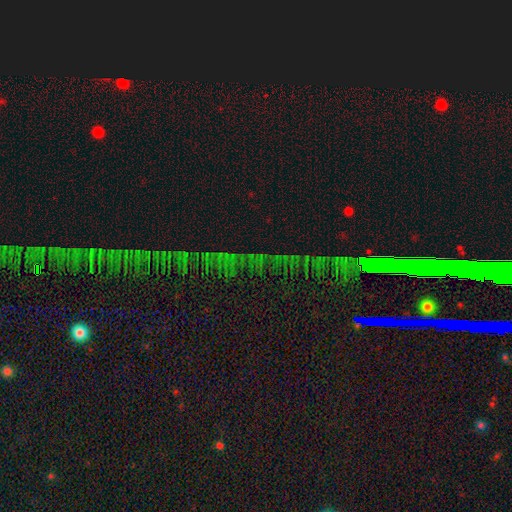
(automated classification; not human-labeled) Smooth or featured: star or artifact — 79% (smooth — 11%)